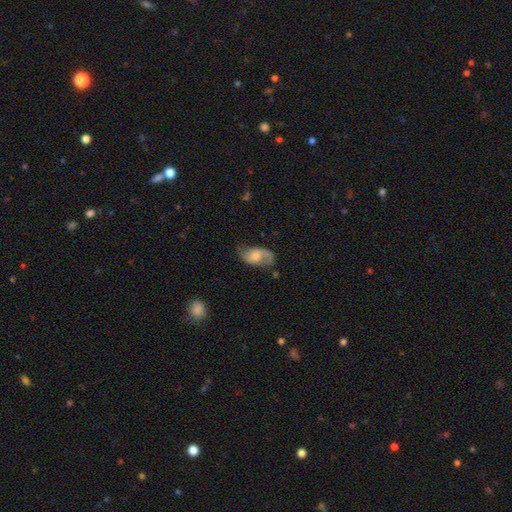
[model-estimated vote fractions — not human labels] Smooth or featured? Predicted: featured or disk (p=0.60). Edge-on disk? Predicted: no (p=0.94). Bar? Predicted: no (p=0.62). Spiral arms? Predicted: yes (p=0.88). Bulge size? Predicted: moderate (p=0.42). Merging? Predicted: none (p=0.63).